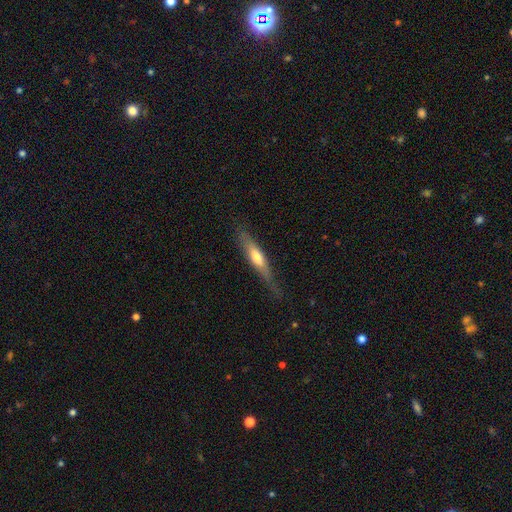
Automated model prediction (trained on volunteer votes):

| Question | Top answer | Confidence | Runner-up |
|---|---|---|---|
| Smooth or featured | featured or disk | 48% | smooth (47%) |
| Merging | none | 74% | minor disturbance (19%) |